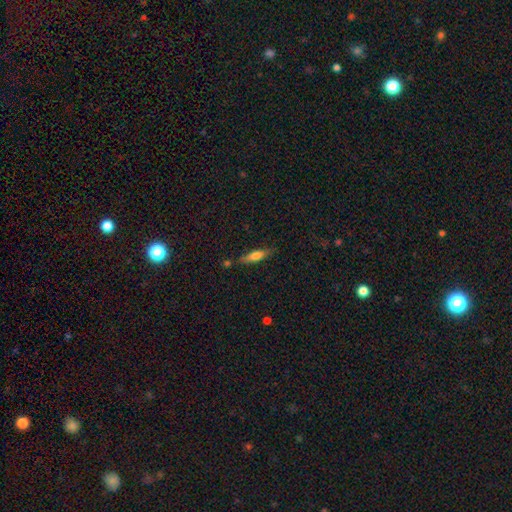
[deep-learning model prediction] Smooth or featured? Predicted: smooth (p=0.59). How rounded? Predicted: cigar-shaped (p=0.69). Merging? Predicted: none (p=0.78).